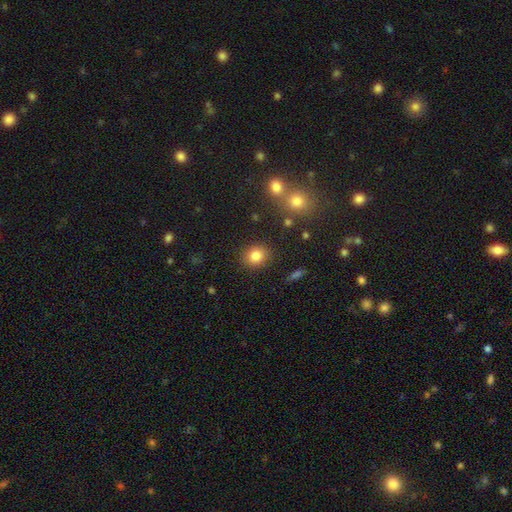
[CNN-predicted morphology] A smooth galaxy with no disk features (82%) that is round (76%). Merging: none (86%).